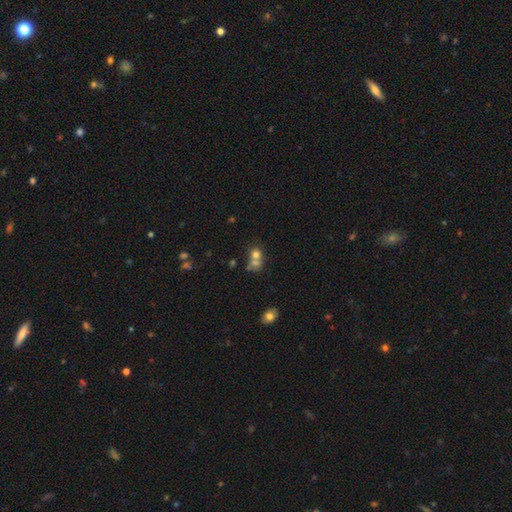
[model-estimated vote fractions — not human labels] Overall: smooth (66%). How rounded: round (72%). Merging: merger (57%; none 32%).